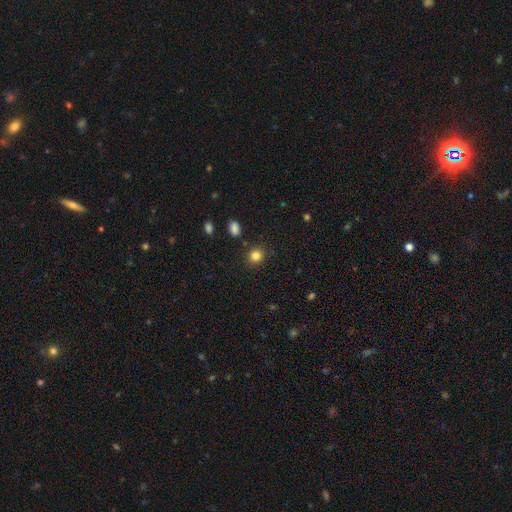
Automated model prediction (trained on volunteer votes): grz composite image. It shows a smooth galaxy with no disk features (83%) that is round (82%). Merging: none (88%).